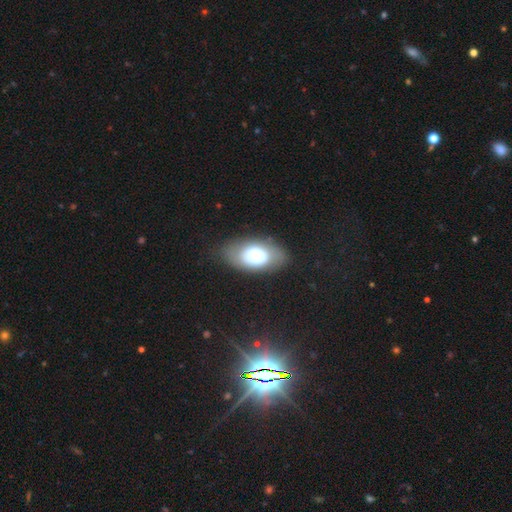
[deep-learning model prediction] smooth 67%, featured or disk 25%, star or artifact 8%. Down the decision tree: how rounded — in between (92%); merging — none (77%).